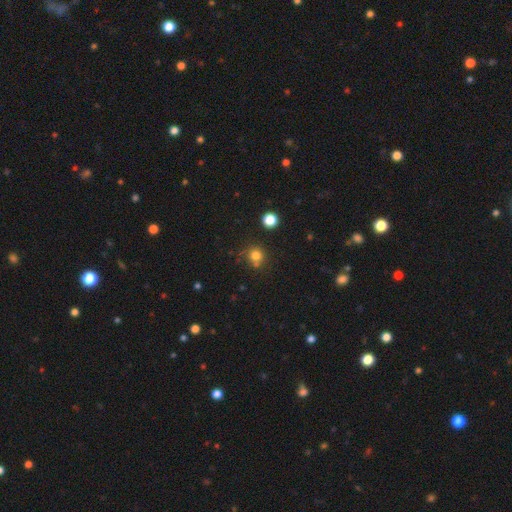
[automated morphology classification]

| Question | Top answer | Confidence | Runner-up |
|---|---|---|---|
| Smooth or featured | smooth | 78% | star or artifact (15%) |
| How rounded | round | 87% | in between (12%) |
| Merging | none | 68% | minor disturbance (15%) |